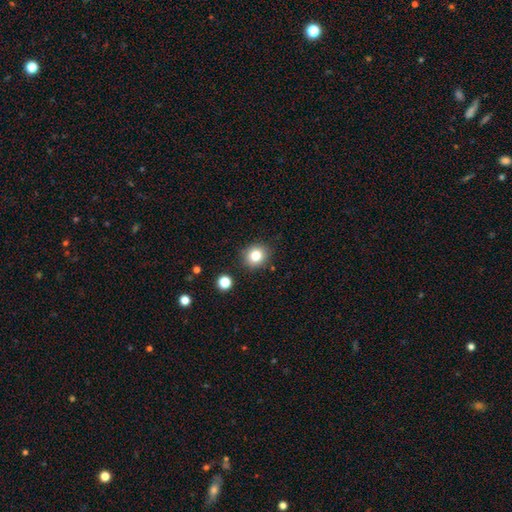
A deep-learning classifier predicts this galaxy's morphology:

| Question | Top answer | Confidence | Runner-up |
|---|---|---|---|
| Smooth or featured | smooth | 81% | star or artifact (12%) |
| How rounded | round | 79% | in between (20%) |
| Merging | none | 86% | minor disturbance (9%) |